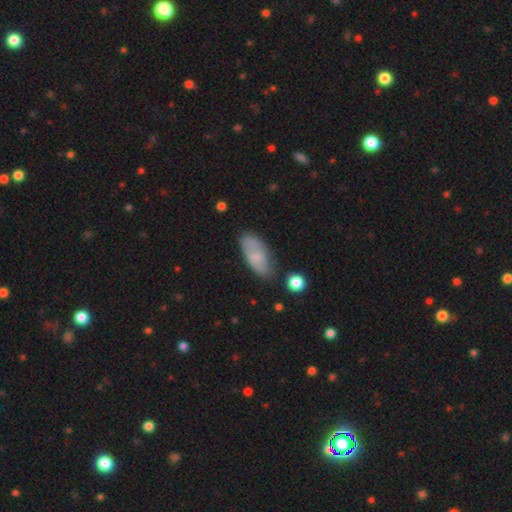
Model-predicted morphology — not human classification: The model was most divided on "smooth or featured": smooth: 66%, featured or disk: 26%, star or artifact: 8%. More confident: how rounded — in between (86%); merging — none (65%).